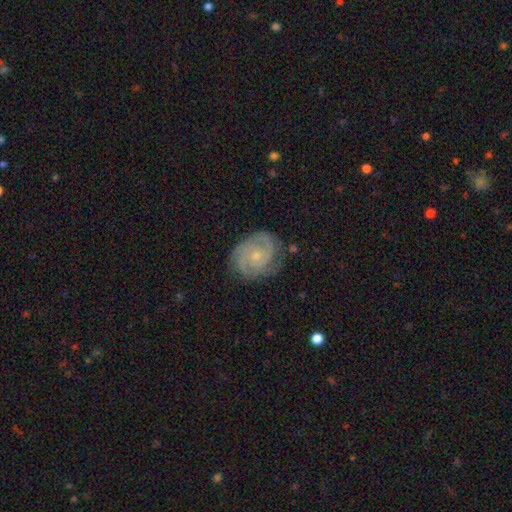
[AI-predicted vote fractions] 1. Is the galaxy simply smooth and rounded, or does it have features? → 86% featured or disk, 9% smooth, 5% star or artifact.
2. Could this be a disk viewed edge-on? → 98% no, 2% yes.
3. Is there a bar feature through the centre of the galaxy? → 74% no, 22% weak, 4% strong.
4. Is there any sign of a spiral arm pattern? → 97% yes, 3% no.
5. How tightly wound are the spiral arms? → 63% tight, 31% medium, 5% loose.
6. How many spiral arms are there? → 42% 2, 30% 3, 13% can't tell, 6% 4, 4% 1, 4% more than 4.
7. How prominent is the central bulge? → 69% small, 26% moderate, 2% none, 1% large, 1% dominant.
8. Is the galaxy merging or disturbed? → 75% none, 18% minor disturbance, 5% major disturbance, 1% merger.